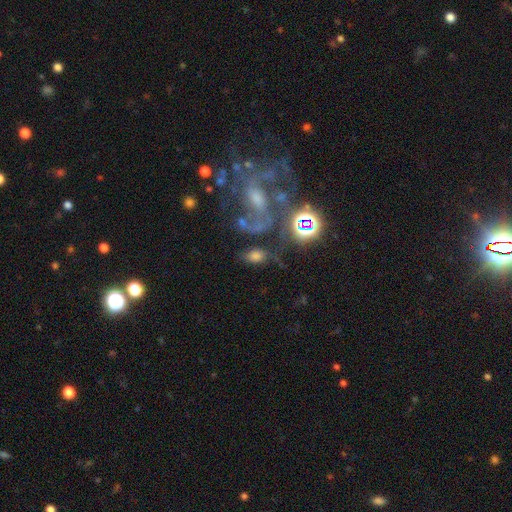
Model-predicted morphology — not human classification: The model was most divided on "smooth or featured": smooth: 49%, featured or disk: 29%, star or artifact: 23%. Remaining: merging — none (49%).